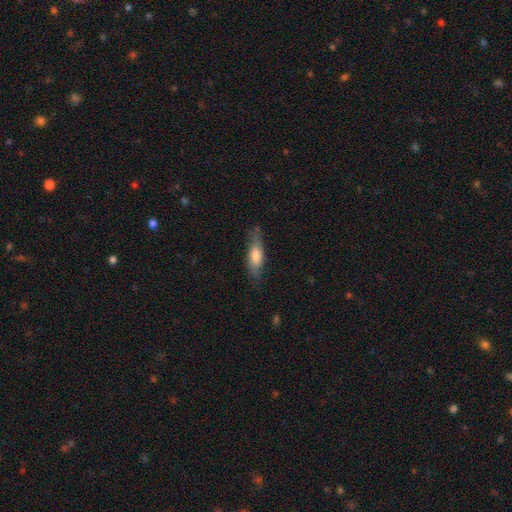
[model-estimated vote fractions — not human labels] smooth 66%, featured or disk 28%, star or artifact 6%. Down the decision tree: how rounded — in between (49%); merging — none (70%).